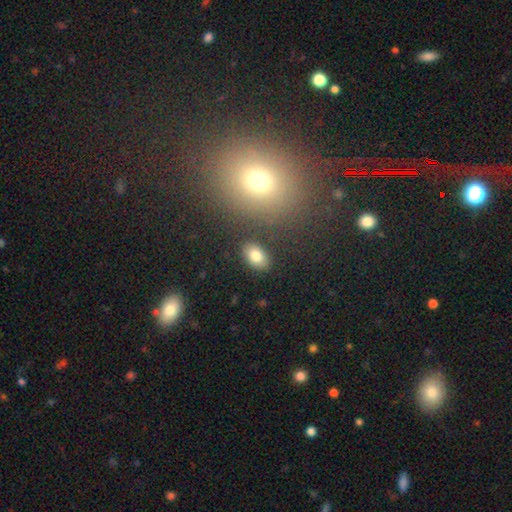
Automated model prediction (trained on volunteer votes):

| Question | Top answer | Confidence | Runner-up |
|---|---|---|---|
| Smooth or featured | smooth | 82% | star or artifact (9%) |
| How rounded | in between | 88% | round (10%) |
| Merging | none | 85% | minor disturbance (9%) |